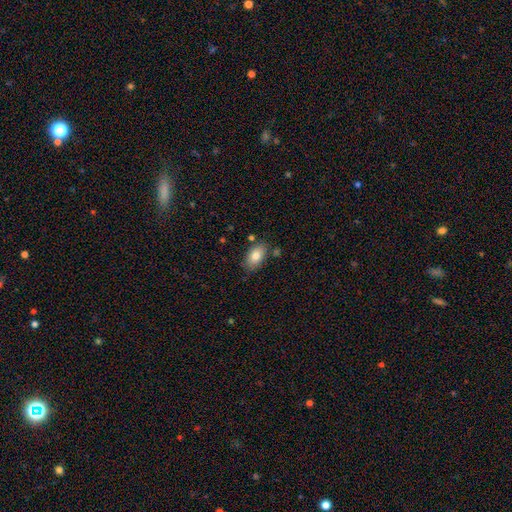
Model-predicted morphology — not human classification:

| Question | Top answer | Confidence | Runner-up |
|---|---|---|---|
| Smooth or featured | smooth | 80% | featured or disk (12%) |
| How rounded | in between | 91% | round (7%) |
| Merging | none | 77% | minor disturbance (15%) |